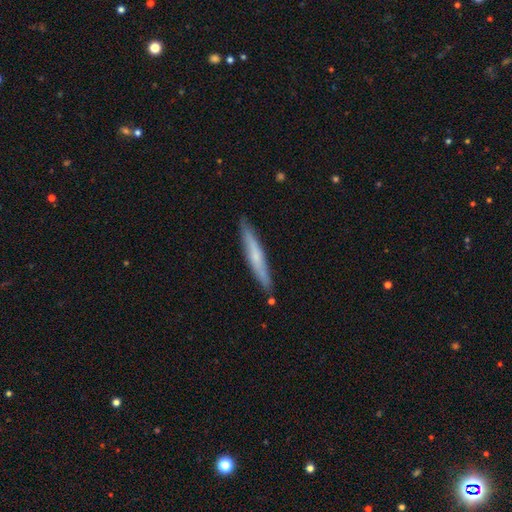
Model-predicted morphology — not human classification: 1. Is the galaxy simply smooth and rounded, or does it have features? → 52% smooth, 42% featured or disk, 6% star or artifact.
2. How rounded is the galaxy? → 95% cigar-shaped, 3% in between, 1% round.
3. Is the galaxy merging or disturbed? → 88% none, 9% minor disturbance, 2% merger, 1% major disturbance.